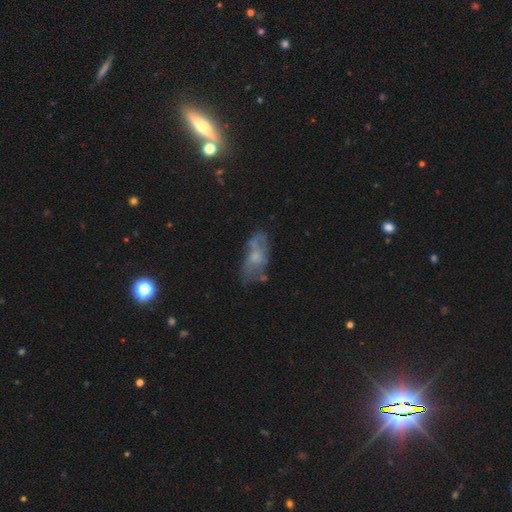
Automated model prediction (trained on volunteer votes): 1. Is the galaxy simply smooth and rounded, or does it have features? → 49% featured or disk, 42% smooth, 10% star or artifact.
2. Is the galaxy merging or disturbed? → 51% none, 26% minor disturbance, 16% major disturbance, 7% merger.